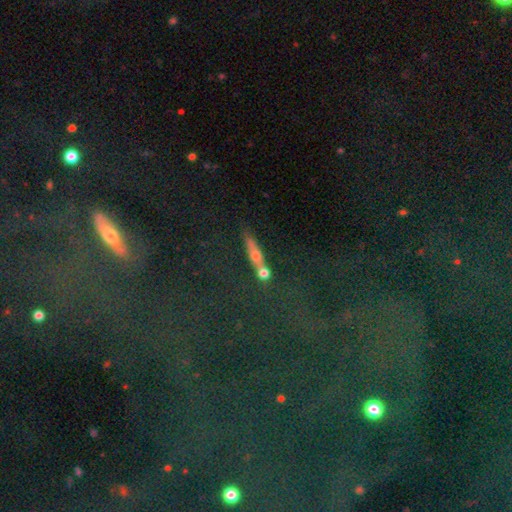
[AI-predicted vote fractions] A smooth galaxy with no disk features (48%). Merging: none (57%).